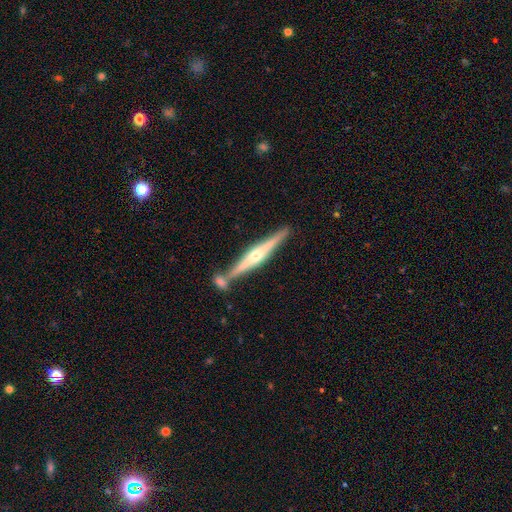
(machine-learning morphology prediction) A featured or disk galaxy (79%) viewed edge-on (98%) with a rounded central bulge (88%). Merging: none (73%).